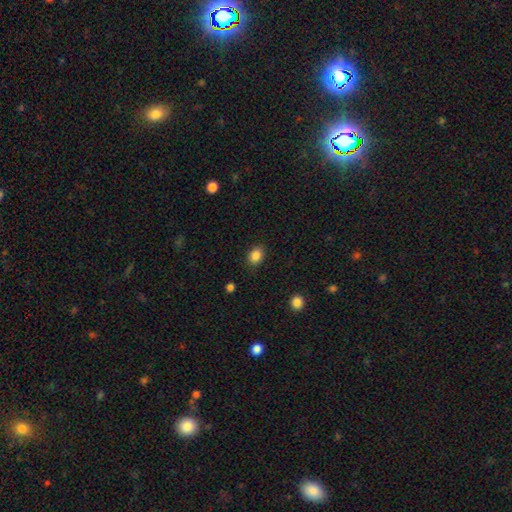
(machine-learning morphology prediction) A smooth galaxy with no disk features (87%) that is in between round and cigar-shaped (57%). Merging: none (85%).